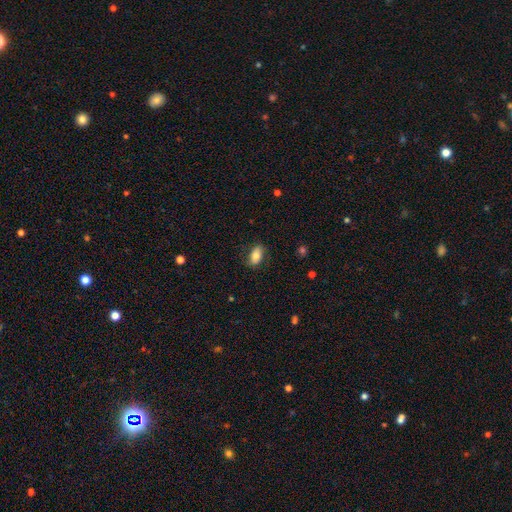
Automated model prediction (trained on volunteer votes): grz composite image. It shows a smooth galaxy with no disk features (77%) that is in between round and cigar-shaped (90%). Merging: none (78%).